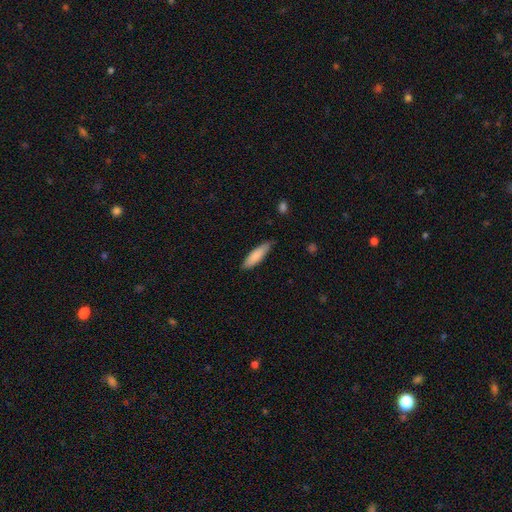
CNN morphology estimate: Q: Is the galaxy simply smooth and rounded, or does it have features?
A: smooth — 83%.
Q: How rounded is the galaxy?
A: cigar-shaped — 64%.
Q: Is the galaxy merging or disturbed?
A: none — 81%.